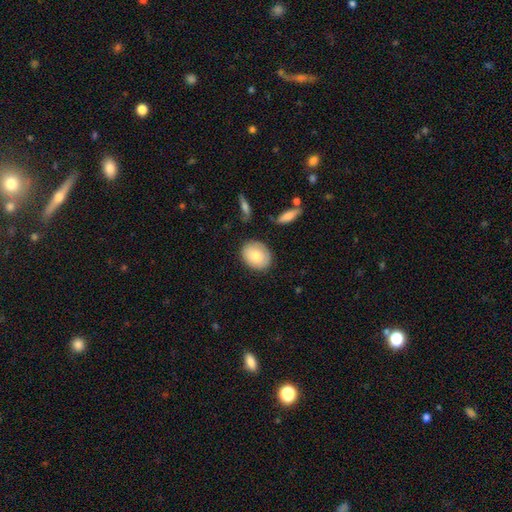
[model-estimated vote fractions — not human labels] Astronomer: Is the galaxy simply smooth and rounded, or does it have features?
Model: smooth — 78%.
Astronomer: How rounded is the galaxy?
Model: in between — 56% (runner-up: round, 43%).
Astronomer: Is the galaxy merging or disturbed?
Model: none — 82%.